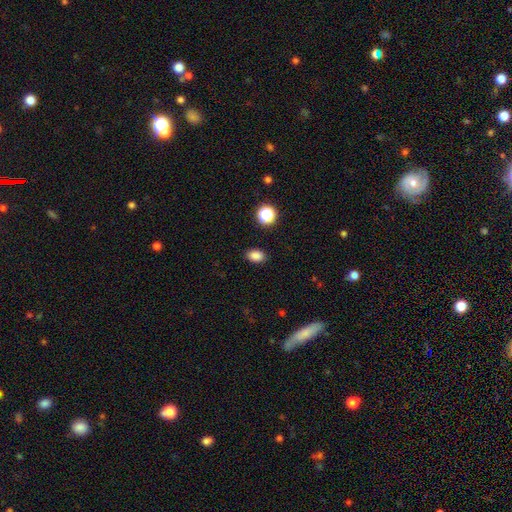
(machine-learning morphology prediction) smooth-or-featured: smooth: 85% | star or artifact: 12% | featured or disk: 3%
  how-rounded: in between: 79% | round: 20% | cigar-shaped: 1%
  merging: none: 88% | minor disturbance: 8% | major disturbance: 2% | merger: 1%